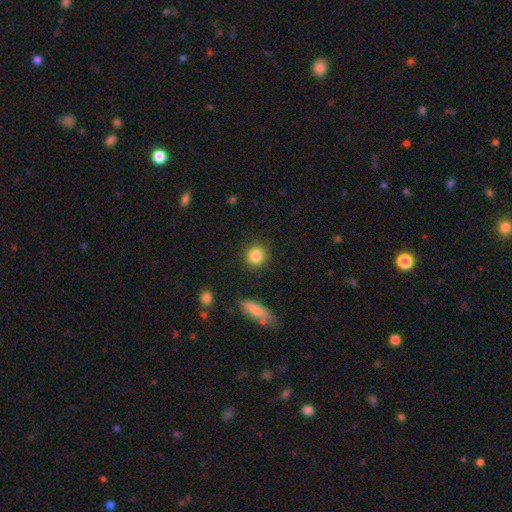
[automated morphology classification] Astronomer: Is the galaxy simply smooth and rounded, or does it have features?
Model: smooth — 85%.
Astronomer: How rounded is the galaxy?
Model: round — 89%.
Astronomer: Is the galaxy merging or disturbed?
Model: none — 88%.